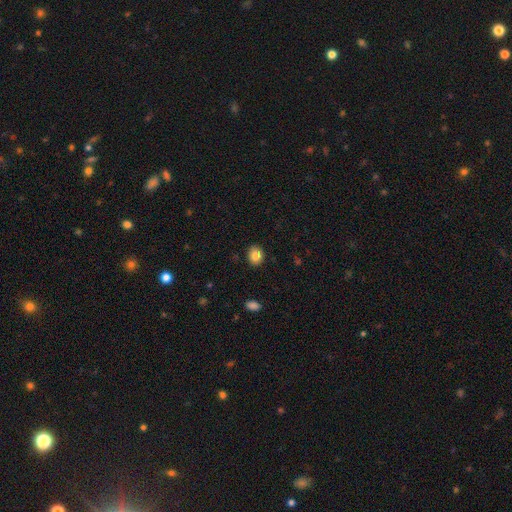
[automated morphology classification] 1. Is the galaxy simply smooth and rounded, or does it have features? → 84% smooth, 9% star or artifact, 7% featured or disk.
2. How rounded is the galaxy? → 60% round, 40% in between, 1% cigar-shaped.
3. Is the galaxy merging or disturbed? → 87% none, 9% minor disturbance, 2% major disturbance, 1% merger.